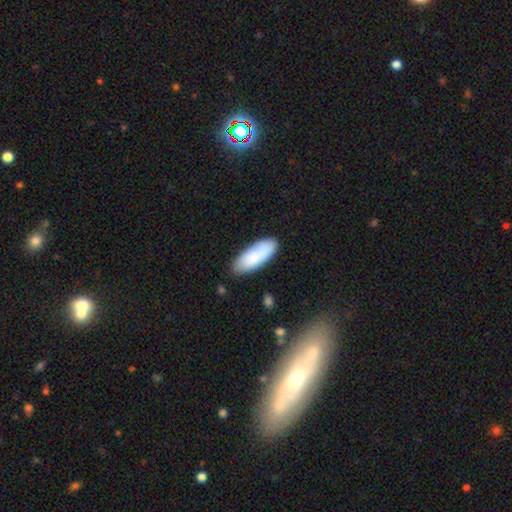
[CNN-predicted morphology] A smooth galaxy with no disk features (83%) that is in between round and cigar-shaped (74%). Merging: none (79%).